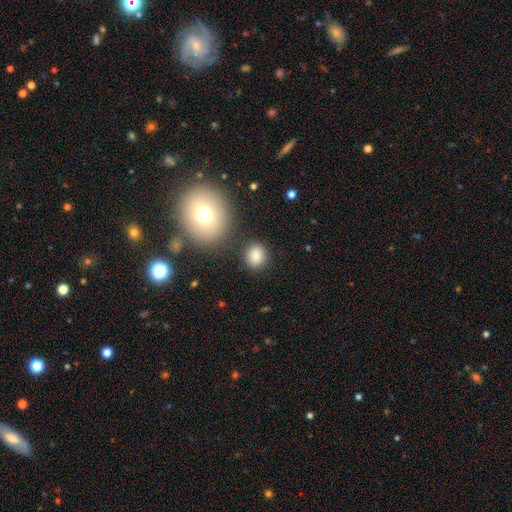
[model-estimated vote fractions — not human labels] Q: Smooth or featured?
A: smooth (83%); runner-up: star or artifact (11%)
Q: How rounded?
A: round (73%); runner-up: in between (25%)
Q: Merging?
A: none (84%); runner-up: minor disturbance (8%)